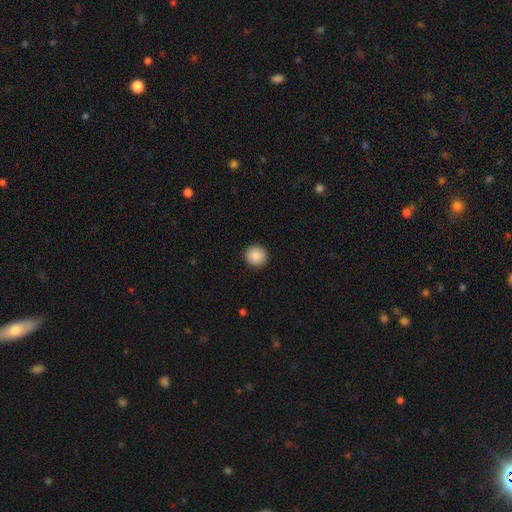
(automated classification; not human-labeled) The model was most divided on "smooth or featured": smooth: 89%, star or artifact: 8%, featured or disk: 3%. More confident: how rounded — round (95%); merging — none (93%).